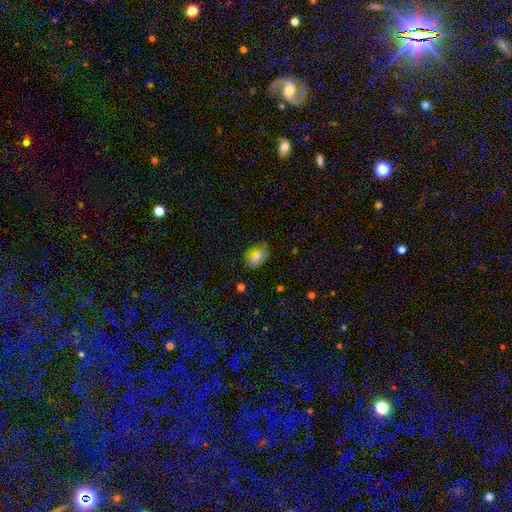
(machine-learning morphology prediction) Smooth or featured: smooth — 62% (featured or disk — 29%)
How rounded: in between — 74% (round — 24%)
Merging: none — 66% (minor disturbance — 25%)